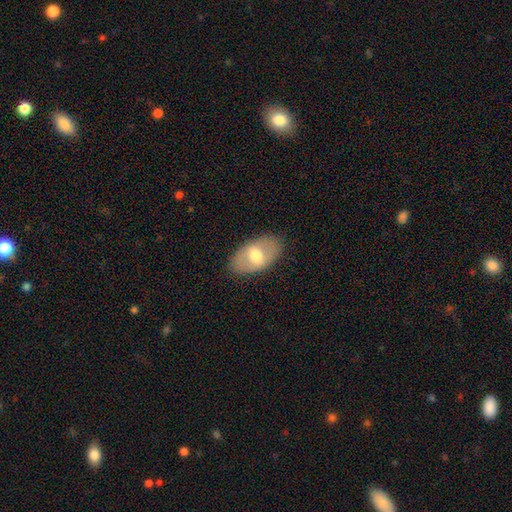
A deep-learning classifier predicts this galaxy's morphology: Smooth or featured?
  - smooth: 59% *
  - featured or disk: 35%
  - star or artifact: 6%
How rounded?
  - in between: 92% *
  - round: 6%
  - cigar-shaped: 2%
Merging?
  - none: 84% *
  - minor disturbance: 11%
  - major disturbance: 4%
  - merger: 1%